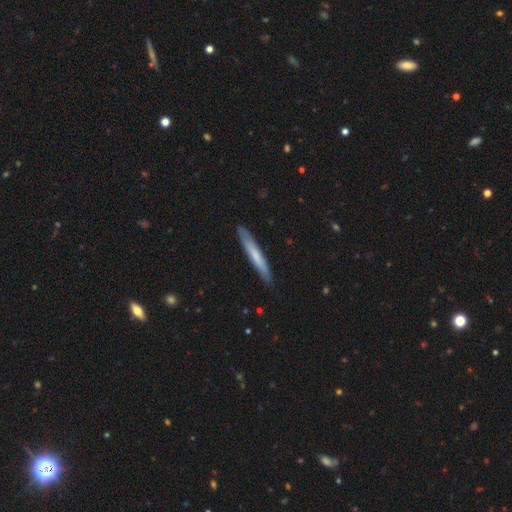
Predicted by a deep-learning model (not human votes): Smooth or featured? smooth (61%)
How rounded? cigar-shaped (95%)
Merging? none (88%)